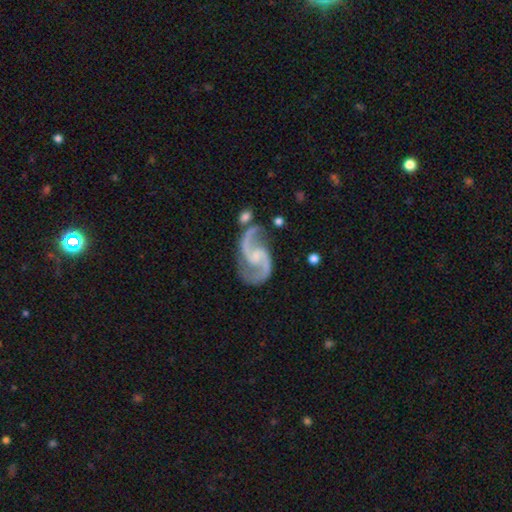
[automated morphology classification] Smooth or featured? Predicted: featured or disk (p=0.93). Edge-on disk? Predicted: no (p=0.98). Bar? Predicted: no (p=0.49). Spiral arms? Predicted: yes (p=0.98). Spiral winding? Predicted: medium (p=0.50). Spiral arm count? Predicted: 2 (p=0.94). Bulge size? Predicted: small (p=0.56). Merging? Predicted: none (p=0.67).